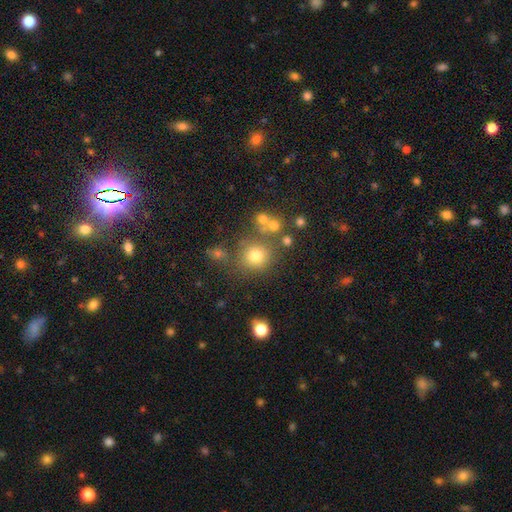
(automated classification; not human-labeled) Smooth or featured? smooth (74%)
How rounded? round (89%)
Merging? none (73%)